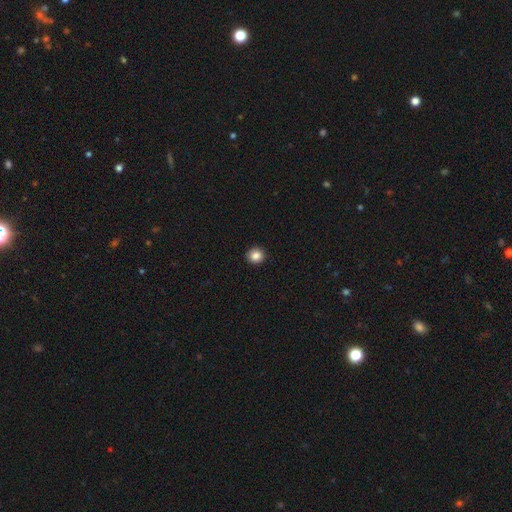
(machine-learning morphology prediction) This is clearly a smooth galaxy (85%). How rounded: clearly round (90%). Merging: clearly none (92%).